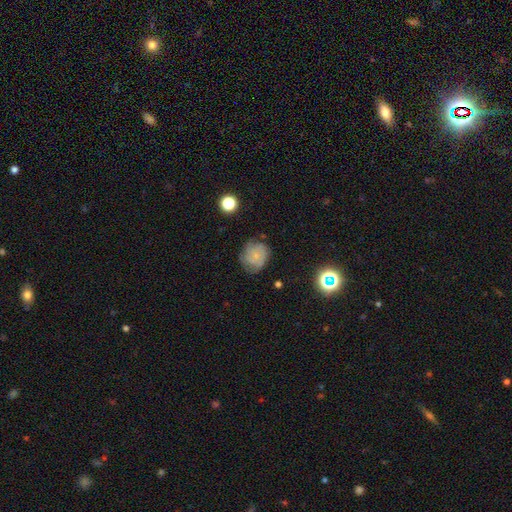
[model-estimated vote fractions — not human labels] Smooth or featured: smooth — 45% (featured or disk — 43%)
Merging: none — 64% (minor disturbance — 25%)